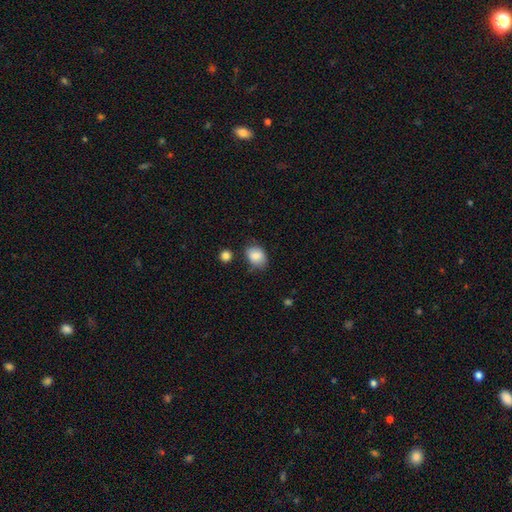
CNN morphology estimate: smooth_or_featured: smooth (p=0.86) [alt: star or artifact p=0.08]
how_rounded: in between (p=0.67) [alt: round p=0.32]
merging: none (p=0.71) [alt: minor disturbance p=0.21]